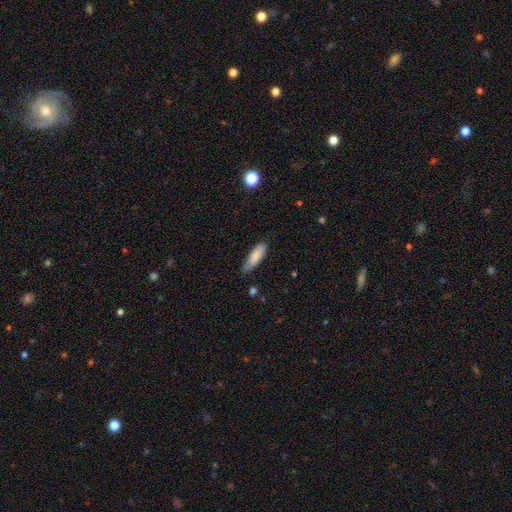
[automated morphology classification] Smooth or featured?
  - smooth: 82% *
  - featured or disk: 12%
  - star or artifact: 6%
How rounded?
  - in between: 51% *
  - cigar-shaped: 47%
  - round: 1%
Merging?
  - none: 73% *
  - minor disturbance: 22%
  - major disturbance: 3%
  - merger: 2%